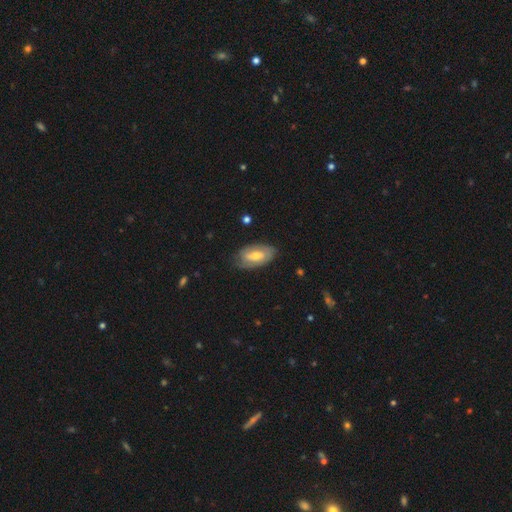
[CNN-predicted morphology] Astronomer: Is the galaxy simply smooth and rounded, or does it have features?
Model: featured or disk — 56% (runner-up: smooth, 38%).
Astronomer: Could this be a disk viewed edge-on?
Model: no — 92%.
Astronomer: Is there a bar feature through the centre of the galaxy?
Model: weak — 45% (runner-up: no, 40%).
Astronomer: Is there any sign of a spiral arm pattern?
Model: yes — 75%.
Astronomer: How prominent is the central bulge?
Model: moderate — 61%.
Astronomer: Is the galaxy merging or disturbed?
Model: none — 74%.